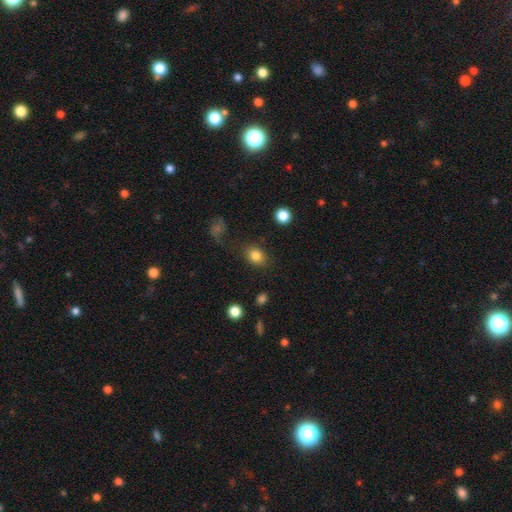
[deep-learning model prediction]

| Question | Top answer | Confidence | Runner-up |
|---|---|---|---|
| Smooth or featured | smooth | 82% | star or artifact (10%) |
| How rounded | in between | 54% | round (45%) |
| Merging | none | 81% | minor disturbance (12%) |